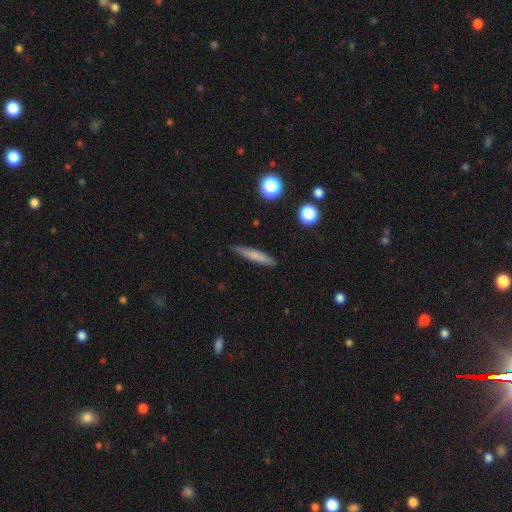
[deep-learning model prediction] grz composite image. It shows a smooth galaxy with no disk features (68%) that is cigar-shaped (92%). Merging: none (85%).